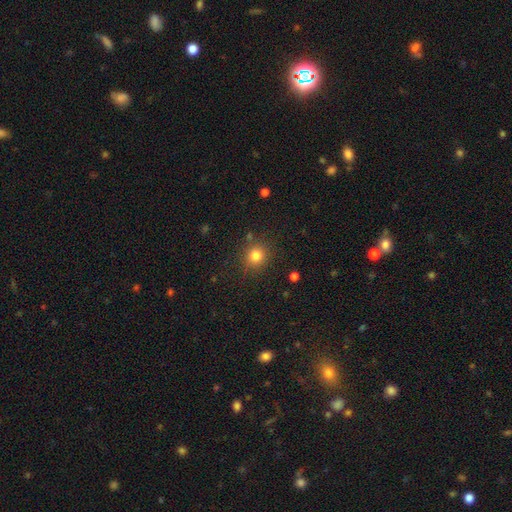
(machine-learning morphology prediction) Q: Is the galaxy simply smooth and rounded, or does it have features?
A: smooth — 80%.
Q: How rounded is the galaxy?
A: round — 89%.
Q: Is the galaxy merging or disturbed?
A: none — 86%.